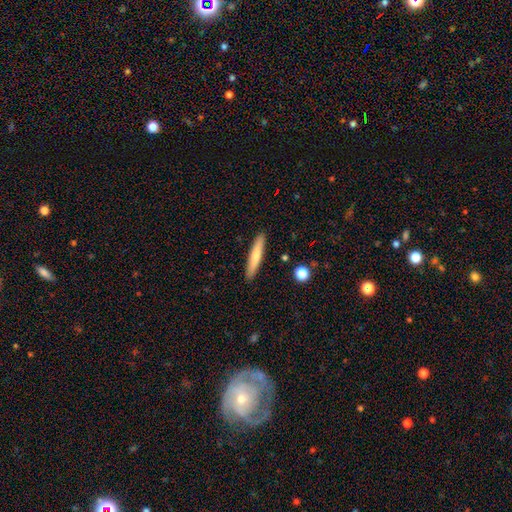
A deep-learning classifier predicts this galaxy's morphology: smooth_or_featured: smooth (p=0.68) [alt: featured or disk p=0.26]
how_rounded: cigar-shaped (p=0.92) [alt: in between p=0.07]
merging: none (p=0.90) [alt: minor disturbance p=0.07]